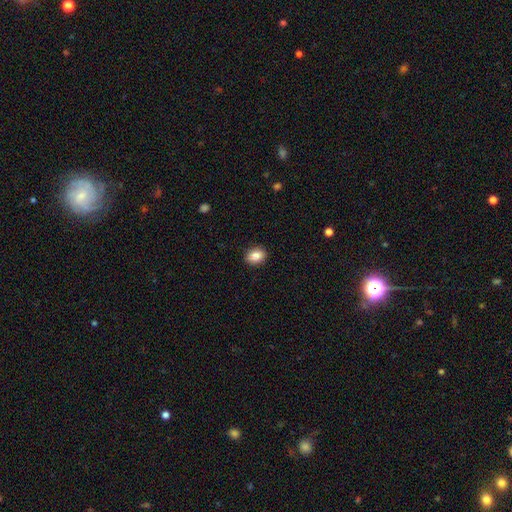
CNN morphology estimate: A smooth galaxy with no disk features (85%) that is in between round and cigar-shaped (56%). Merging: none (90%).